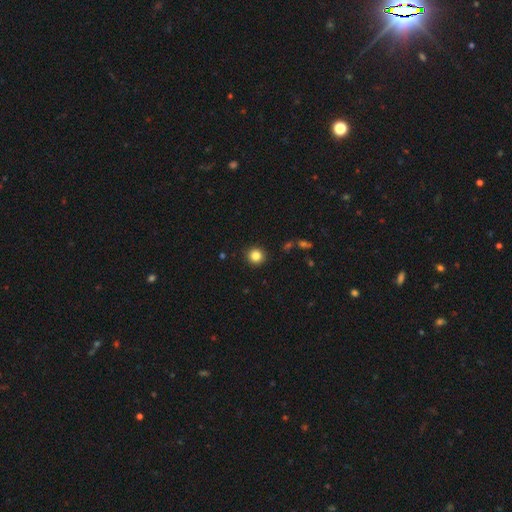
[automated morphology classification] type=smooth (84%); roundness=round (94%); merging=none (92%).